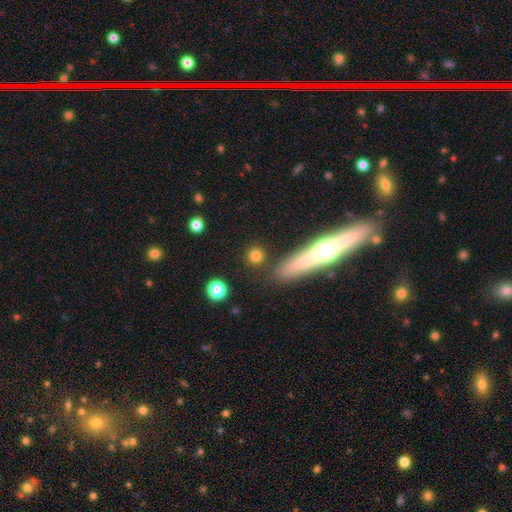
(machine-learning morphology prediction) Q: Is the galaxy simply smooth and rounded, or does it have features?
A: smooth — 80%.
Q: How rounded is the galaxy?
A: round — 85%.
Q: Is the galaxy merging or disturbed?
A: none — 86%.